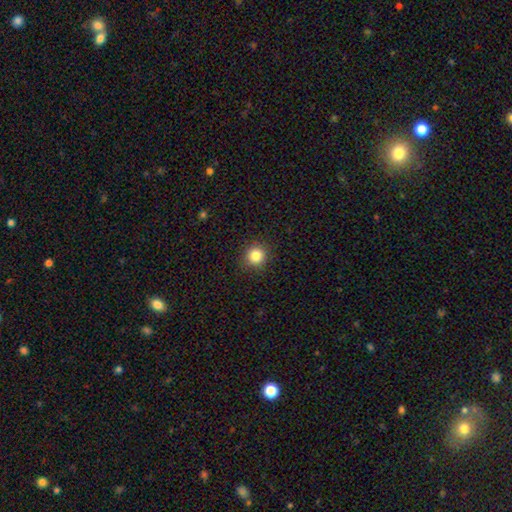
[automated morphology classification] The model was most divided on "smooth or featured": smooth: 84%, star or artifact: 11%, featured or disk: 5%. More confident: how rounded — round (93%); merging — none (91%).